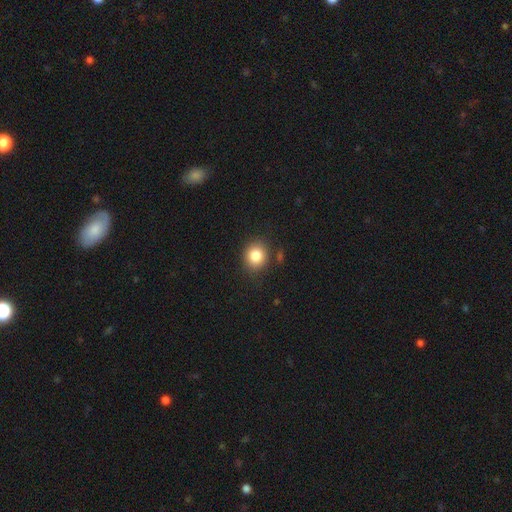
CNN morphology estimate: The model was most divided on "how rounded": round: 77%, in between: 23%, cigar-shaped: 1%. More confident: merging — none (84%); smooth or featured — smooth (83%).